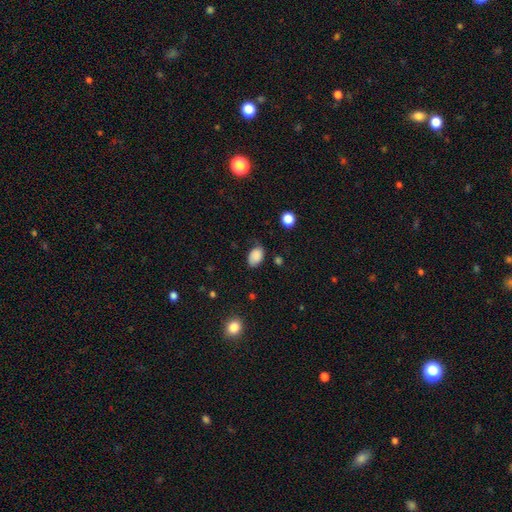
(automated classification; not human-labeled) Morphology: type=smooth (83%); roundness=in between (86%); merging=none (62%).